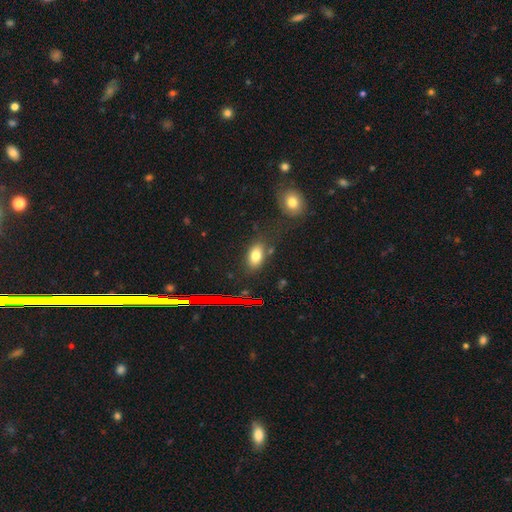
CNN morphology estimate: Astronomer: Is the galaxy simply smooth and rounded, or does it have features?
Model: smooth — 77%.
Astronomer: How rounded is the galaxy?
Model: in between — 86%.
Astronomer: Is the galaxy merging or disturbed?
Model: none — 77%.